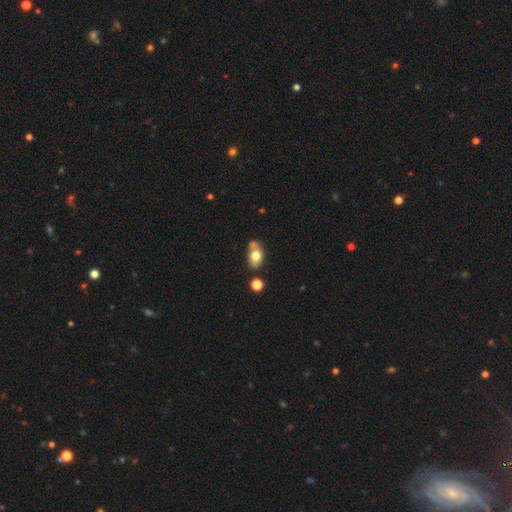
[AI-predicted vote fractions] Morphology: type=smooth (75%); roundness=in between (77%); merging=none (53%).